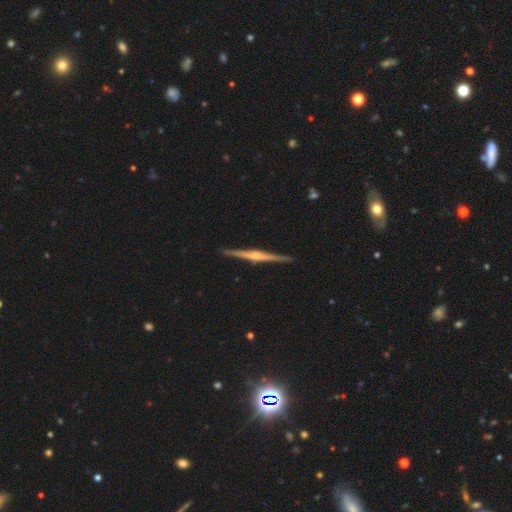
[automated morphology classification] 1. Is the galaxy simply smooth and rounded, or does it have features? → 81% featured or disk, 14% smooth, 5% star or artifact.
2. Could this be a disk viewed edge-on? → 99% yes, 1% no.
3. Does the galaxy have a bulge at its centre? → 73% rounded, 14% boxy, 13% none.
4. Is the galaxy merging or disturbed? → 92% none, 6% minor disturbance, 1% major disturbance, 1% merger.